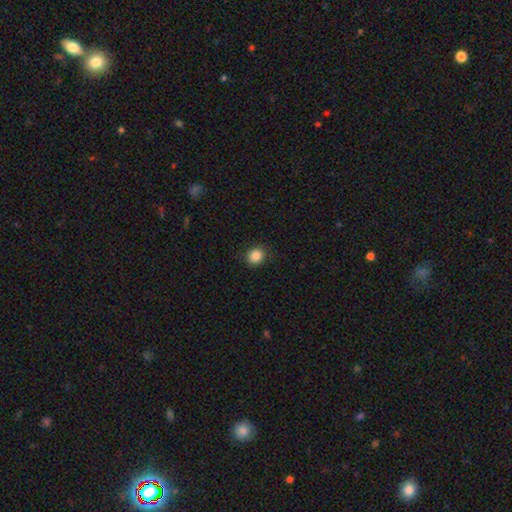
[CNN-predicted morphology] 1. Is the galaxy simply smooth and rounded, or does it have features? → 87% smooth, 10% star or artifact, 3% featured or disk.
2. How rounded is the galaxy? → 69% round, 30% in between, 1% cigar-shaped.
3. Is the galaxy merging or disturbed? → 88% none, 9% minor disturbance, 2% major disturbance, 1% merger.